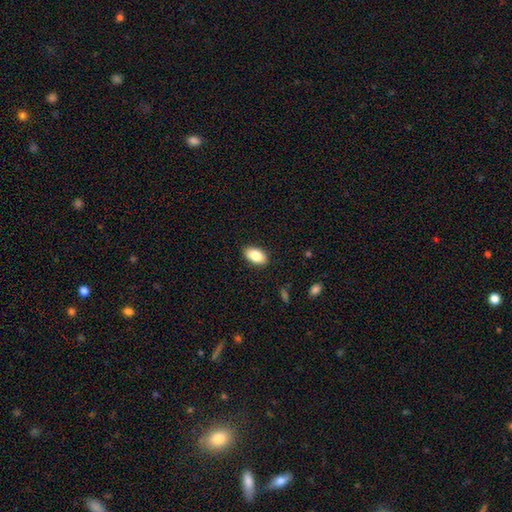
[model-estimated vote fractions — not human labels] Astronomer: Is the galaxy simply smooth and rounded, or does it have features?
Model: smooth — 85%.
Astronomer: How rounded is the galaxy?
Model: in between — 92%.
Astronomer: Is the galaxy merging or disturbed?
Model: none — 88%.